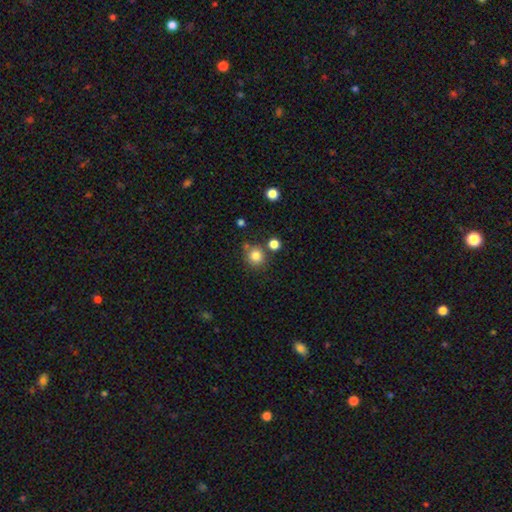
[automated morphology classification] The model was most divided on "merging": none: 77%, merger: 10%, minor disturbance: 9%, major disturbance: 3%. More confident: how rounded — round (91%); smooth or featured — smooth (82%).